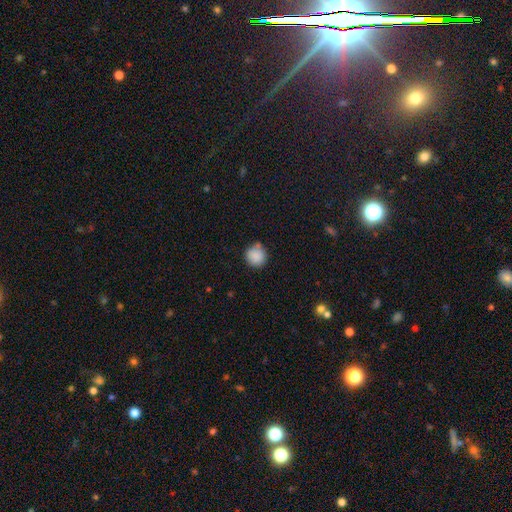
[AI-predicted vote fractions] smooth_or_featured: smooth (p=0.88) [alt: star or artifact p=0.08]
how_rounded: round (p=0.92) [alt: in between p=0.07]
merging: none (p=0.75) [alt: minor disturbance p=0.15]